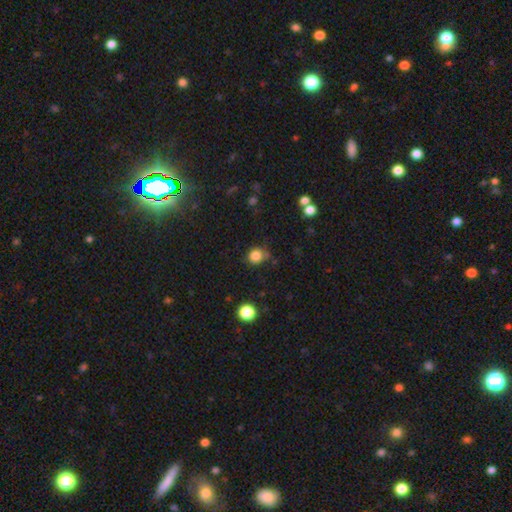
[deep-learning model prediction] Smooth or featured? Predicted: smooth (p=0.83). How rounded? Predicted: round (p=0.86). Merging? Predicted: none (p=0.77).